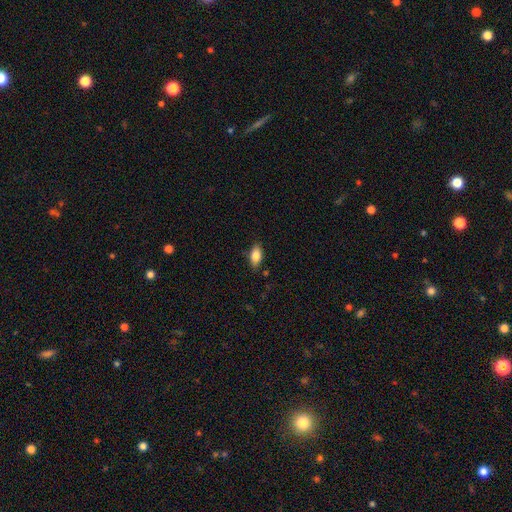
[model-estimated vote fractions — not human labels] The model was most divided on "merging": none: 82%, minor disturbance: 14%, major disturbance: 3%, merger: 1%. More confident: how rounded — in between (89%); smooth or featured — smooth (83%).